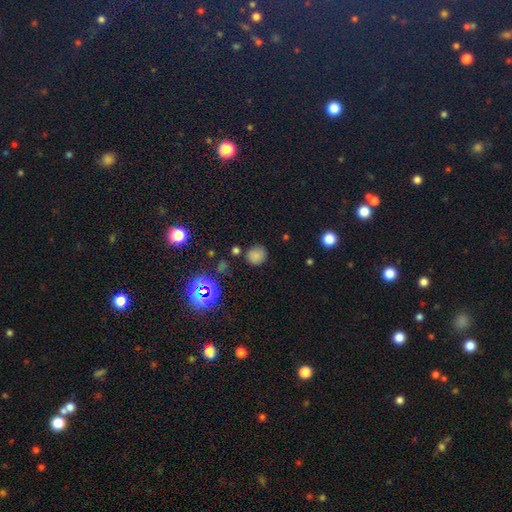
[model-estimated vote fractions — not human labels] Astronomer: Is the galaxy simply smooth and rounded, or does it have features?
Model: smooth — 73%.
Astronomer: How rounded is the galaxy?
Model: round — 86%.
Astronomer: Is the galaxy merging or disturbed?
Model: none — 79%.